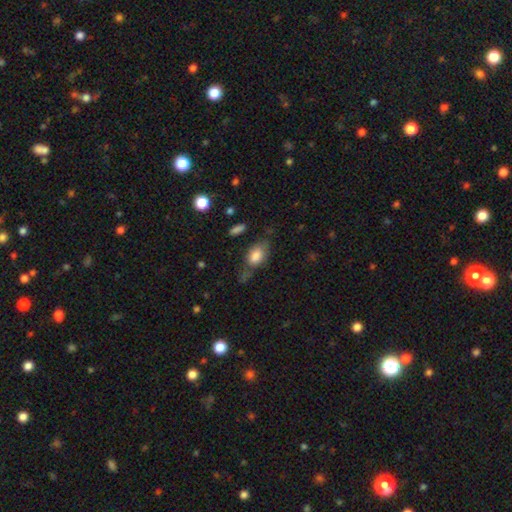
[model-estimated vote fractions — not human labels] Smooth or featured?
  - smooth: 78% *
  - featured or disk: 14%
  - star or artifact: 8%
How rounded?
  - in between: 87% *
  - round: 8%
  - cigar-shaped: 4%
Merging?
  - none: 52% *
  - minor disturbance: 27%
  - major disturbance: 14%
  - merger: 7%